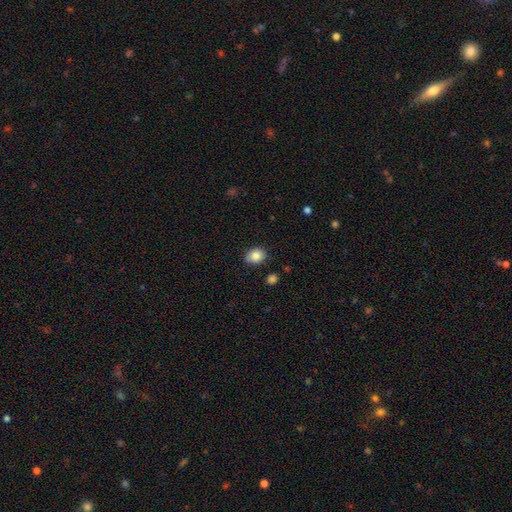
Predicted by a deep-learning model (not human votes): smooth_or_featured: smooth (p=0.85) [alt: star or artifact p=0.09]
how_rounded: round (p=0.54) [alt: in between p=0.45]
merging: none (p=0.80) [alt: minor disturbance p=0.15]